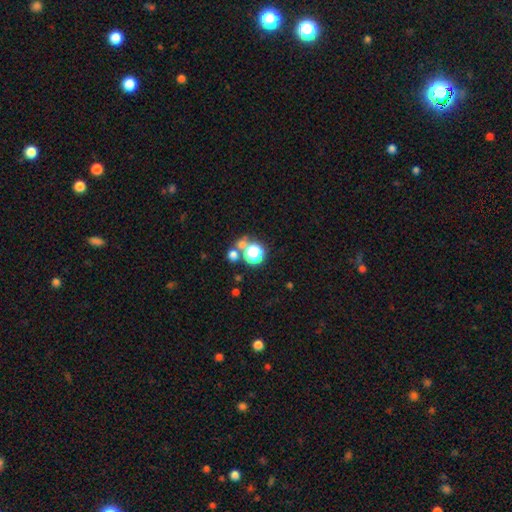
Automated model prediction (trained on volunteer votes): The model was most divided on "smooth or featured": smooth: 48%, star or artifact: 43%, featured or disk: 9%. More confident: merging — none (63%).